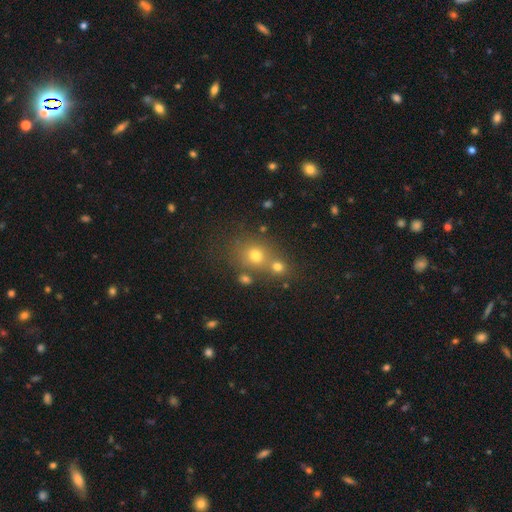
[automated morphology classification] smooth-or-featured: smooth: 67% | star or artifact: 20% | featured or disk: 12%
  how-rounded: round: 75% | in between: 24% | cigar-shaped: 1%
  merging: none: 51% | merger: 36% | minor disturbance: 9% | major disturbance: 4%